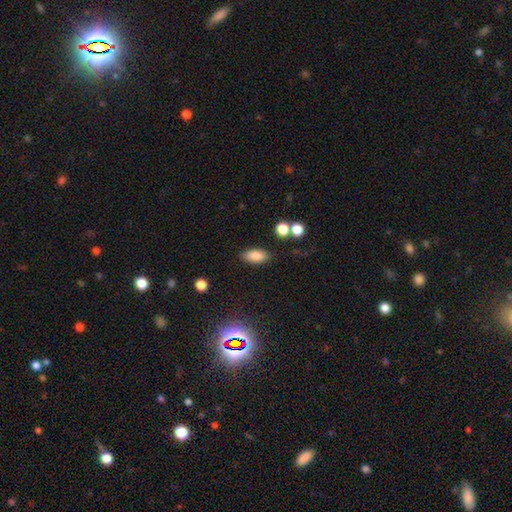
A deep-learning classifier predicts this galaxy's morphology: Smooth or featured: smooth — 85% (star or artifact — 9%)
How rounded: in between — 88% (cigar-shaped — 7%)
Merging: none — 84% (minor disturbance — 10%)